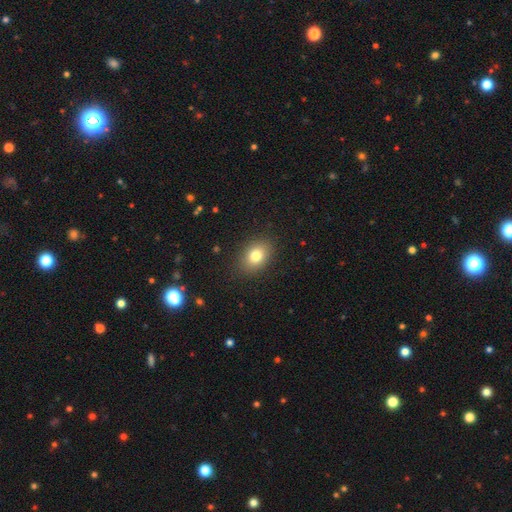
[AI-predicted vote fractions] Morphology: type=smooth (79%); roundness=in between (67%); merging=none (87%).